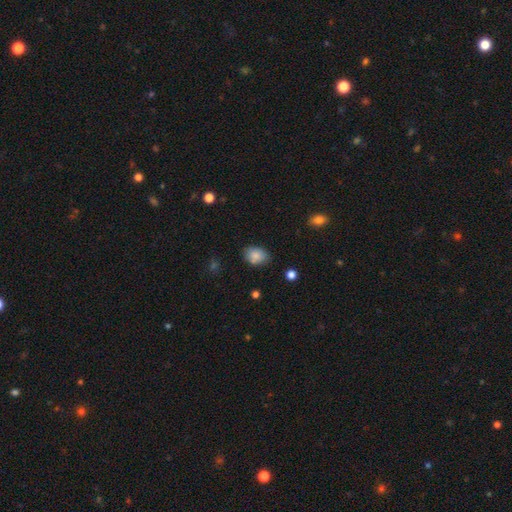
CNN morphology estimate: The model was most divided on "how rounded": in between: 72%, round: 27%, cigar-shaped: 1%. More confident: smooth or featured — smooth (85%); merging — none (75%).